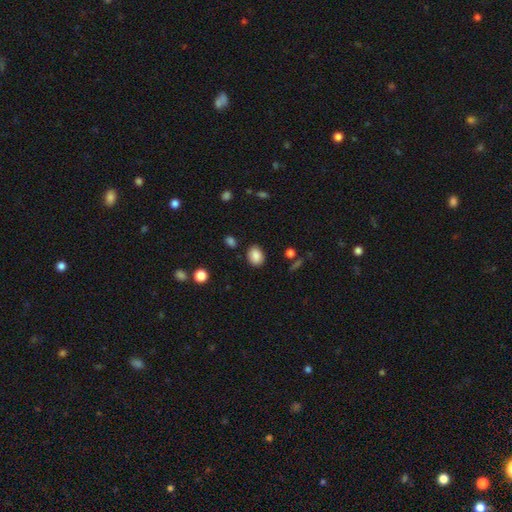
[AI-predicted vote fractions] Smooth or featured? Predicted: smooth (p=0.87). How rounded? Predicted: in between (p=0.60). Merging? Predicted: none (p=0.85).